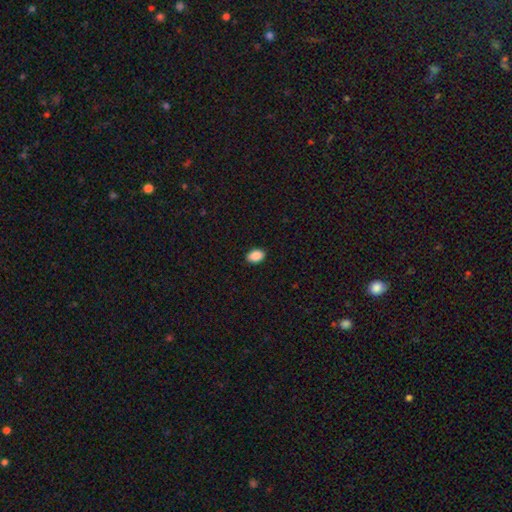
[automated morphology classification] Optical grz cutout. It shows a smooth galaxy with no disk features (90%) that is in between round and cigar-shaped (84%). Merging: none (90%).